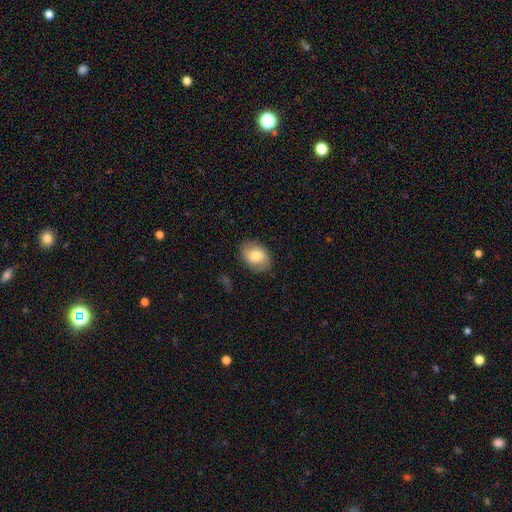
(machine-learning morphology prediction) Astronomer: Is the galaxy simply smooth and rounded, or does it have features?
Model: smooth — 73%.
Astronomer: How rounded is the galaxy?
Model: in between — 79%.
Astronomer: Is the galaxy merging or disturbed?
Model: none — 81%.